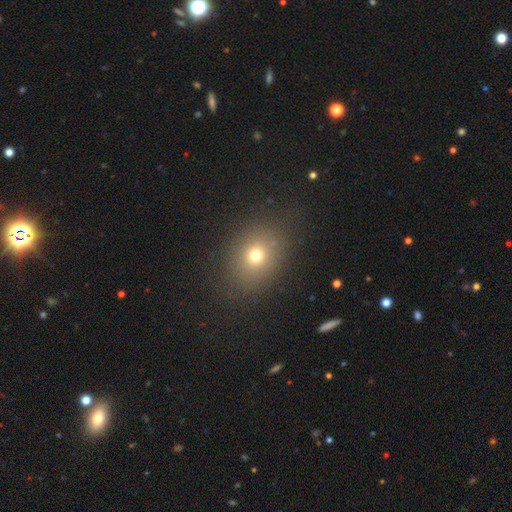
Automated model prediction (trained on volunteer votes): Smooth or featured: smooth — 70% (star or artifact — 18%)
How rounded: round — 54% (in between — 44%)
Merging: none — 82% (minor disturbance — 10%)